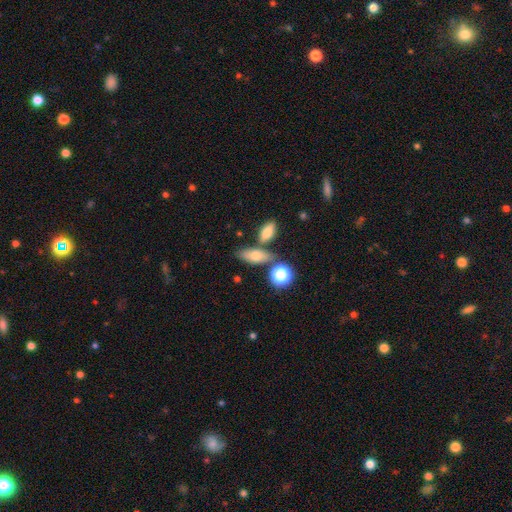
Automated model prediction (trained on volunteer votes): smooth-or-featured: smooth: 69% | featured or disk: 19% | star or artifact: 12%
  how-rounded: in between: 72% | cigar-shaped: 18% | round: 10%
  merging: none: 65% | merger: 19% | minor disturbance: 12% | major disturbance: 4%